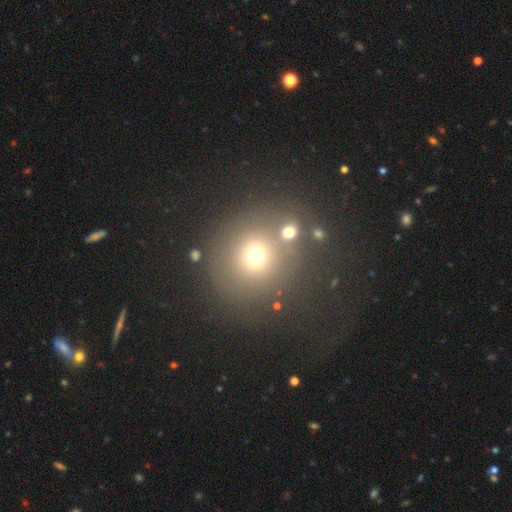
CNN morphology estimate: Overall: smooth (67%). How rounded: round (92%). Merging: none (69%).